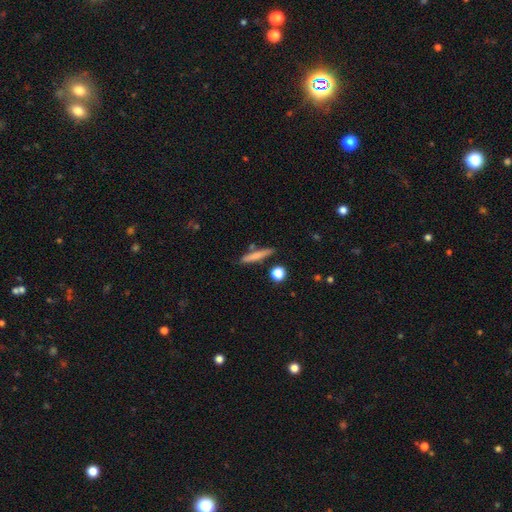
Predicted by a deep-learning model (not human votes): Morphology: type=smooth (72%); roundness=cigar-shaped (89%); merging=none (81%).